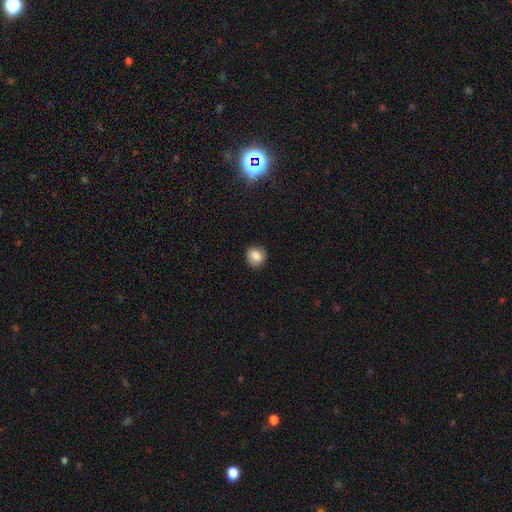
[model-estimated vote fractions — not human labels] smooth 84%, star or artifact 9%, featured or disk 7%. Down the decision tree: how rounded — round (82%); merging — none (84%).